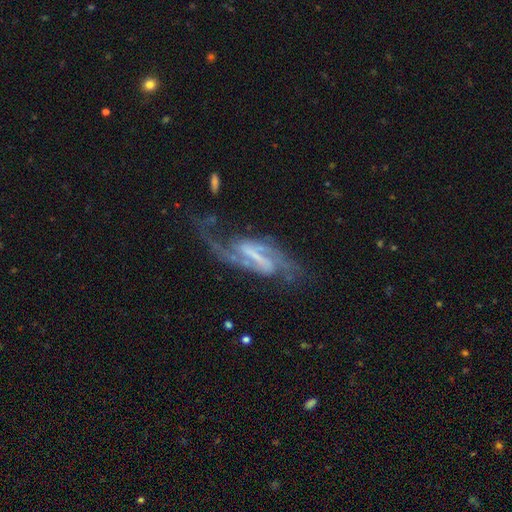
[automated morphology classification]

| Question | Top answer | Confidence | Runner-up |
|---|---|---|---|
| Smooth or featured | featured or disk | 90% | star or artifact (6%) |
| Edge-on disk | no | 94% | yes (6%) |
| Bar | strong | 63% | weak (28%) |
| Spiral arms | yes | 97% | no (3%) |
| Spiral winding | medium | 45% | loose (41%) |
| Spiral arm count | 2 | 91% | can't tell (3%) |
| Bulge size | none | 52% | small (30%) |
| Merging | none | 64% | minor disturbance (17%) |